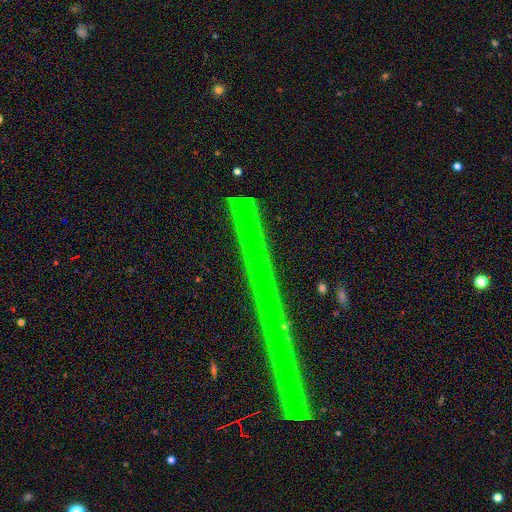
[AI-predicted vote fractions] smooth-or-featured: star or artifact: 58% | featured or disk: 29% | smooth: 13%